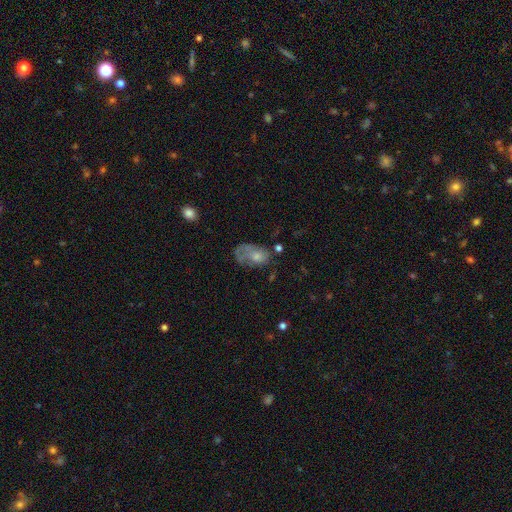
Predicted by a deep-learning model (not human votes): smooth 59%, featured or disk 32%, star or artifact 8%. Down the decision tree: how rounded — in between (88%); merging — major disturbance (35%).